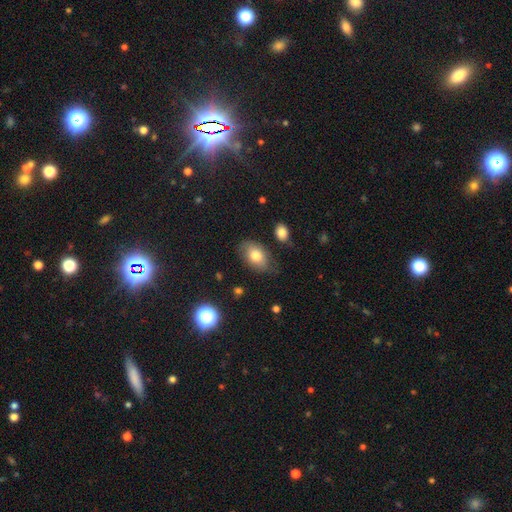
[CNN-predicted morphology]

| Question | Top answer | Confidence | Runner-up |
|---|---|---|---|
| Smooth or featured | smooth | 76% | featured or disk (15%) |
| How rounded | in between | 88% | round (11%) |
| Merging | none | 73% | minor disturbance (20%) |